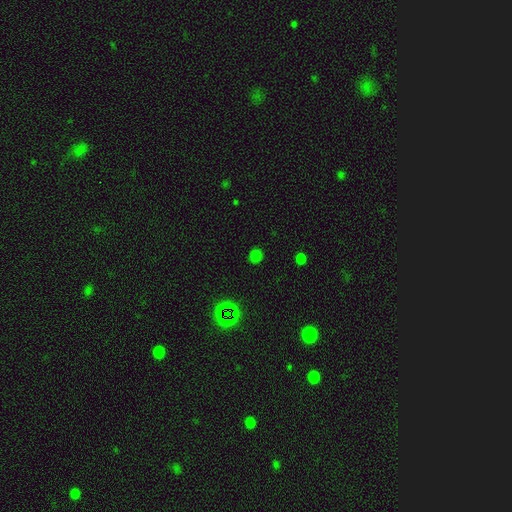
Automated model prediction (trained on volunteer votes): Smooth or featured: smooth — 63% (star or artifact — 32%)
How rounded: round — 84% (in between — 15%)
Merging: none — 85% (minor disturbance — 9%)